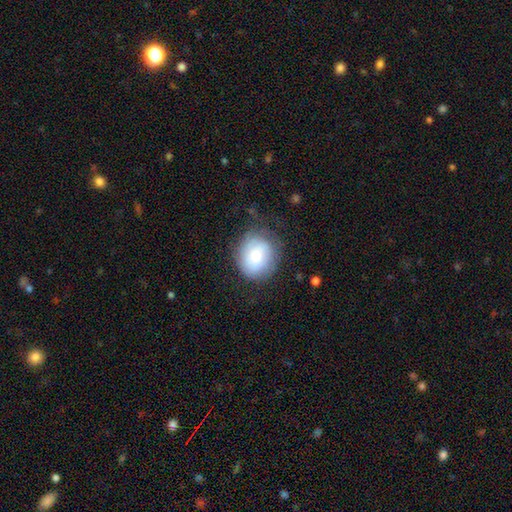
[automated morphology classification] smooth 66%, featured or disk 25%, star or artifact 9%. Down the decision tree: how rounded — round (77%); merging — none (71%).